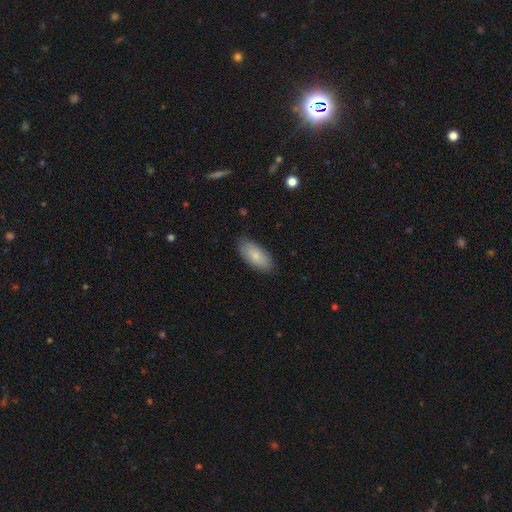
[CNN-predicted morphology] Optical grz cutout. It shows a smooth galaxy with no disk features (82%) that is in between round and cigar-shaped (90%). Merging: none (83%).